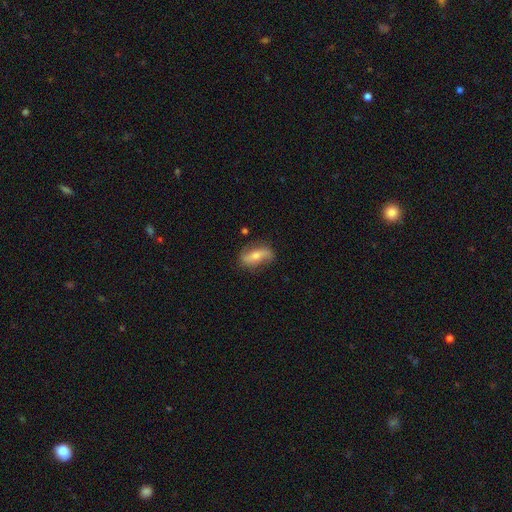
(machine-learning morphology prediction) Overall: featured or disk (63%; smooth 30%). Edge-on disk: no (84%). Bar: no (36%; strong 35%). Spiral arms: yes (83%). Bulge size: moderate (57%; small 36%). Merging: none (77%).